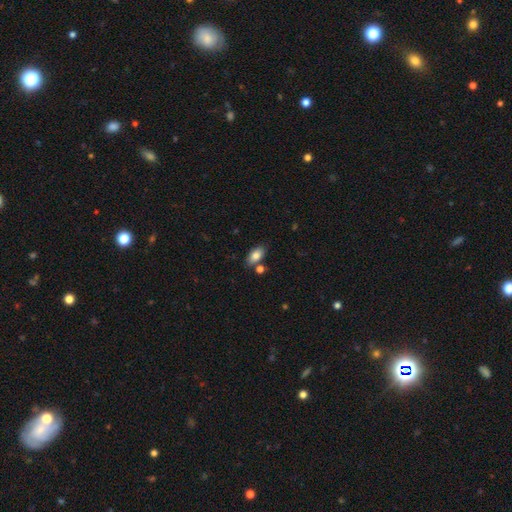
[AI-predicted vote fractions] Smooth or featured?
  - smooth: 83% *
  - featured or disk: 9%
  - star or artifact: 8%
How rounded?
  - in between: 92% *
  - round: 4%
  - cigar-shaped: 4%
Merging?
  - none: 76% *
  - minor disturbance: 11%
  - merger: 10%
  - major disturbance: 3%